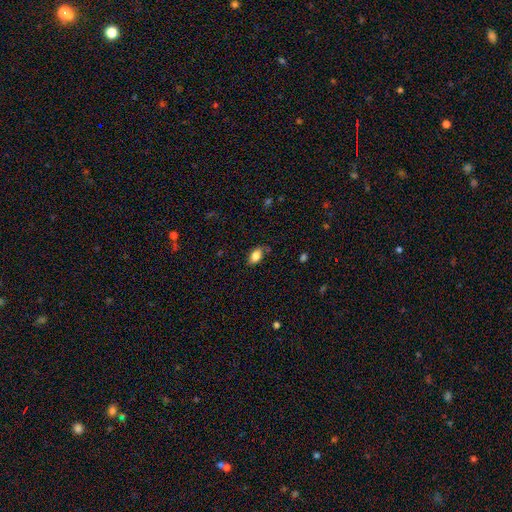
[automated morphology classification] smooth-or-featured: smooth: 84% | star or artifact: 8% | featured or disk: 8%
  how-rounded: in between: 87% | round: 11% | cigar-shaped: 2%
  merging: none: 80% | minor disturbance: 16% | major disturbance: 3% | merger: 2%